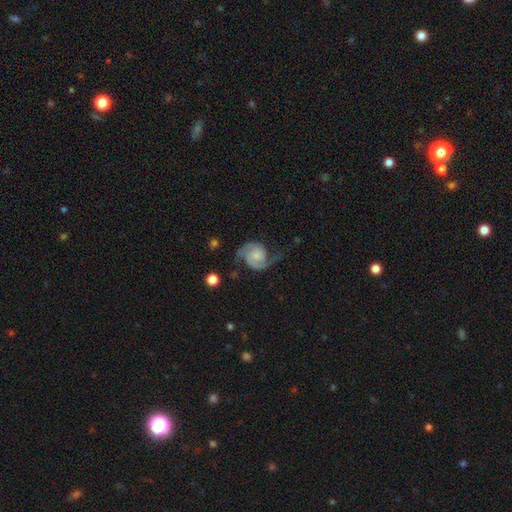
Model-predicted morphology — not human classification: featured or disk 90%, smooth 6%, star or artifact 5%. Down the decision tree: edge-on disk — no (98%); bar — no (65%); spiral arms — yes (98%); spiral arm count — 2 (93%); spiral winding — medium (52%); bulge size — small (37%); merging — none (69%).